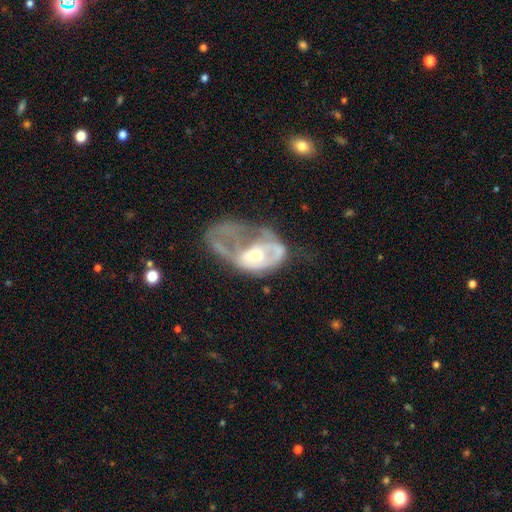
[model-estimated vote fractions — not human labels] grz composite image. It shows a featured or disk galaxy (63%) with no bar (74%), no spiral arms (61%) and a moderate central bulge (51%). Merging: major disturbance (58%).